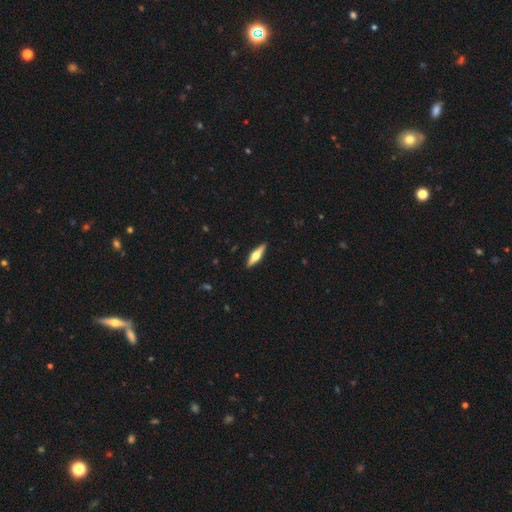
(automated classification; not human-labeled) This is possibly a featured or disk galaxy (58%). It is clearly viewed edge-on (96%). Edge-on bulge: clearly rounded (93%). Merging: clearly none (91%).